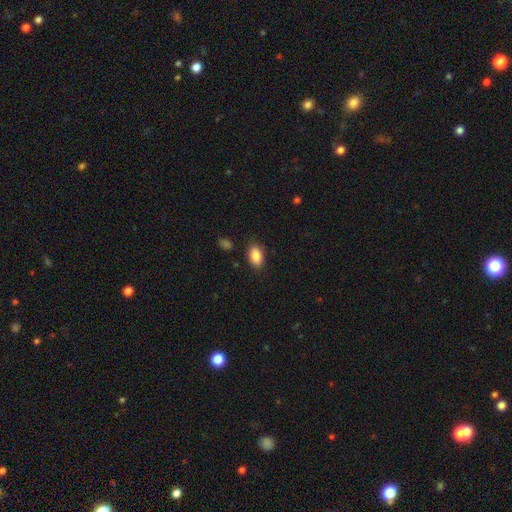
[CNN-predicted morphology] This appears to be a smooth galaxy with no disk features (88%) that is in between round and cigar-shaped (91%). Merging: none (86%).